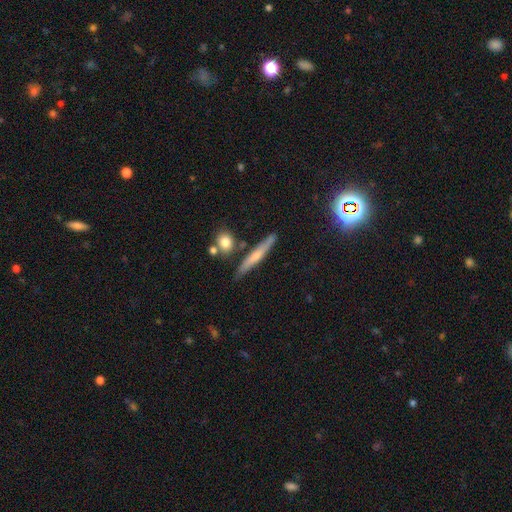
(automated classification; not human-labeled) Smooth or featured? smooth (50%)
Merging? none (80%)